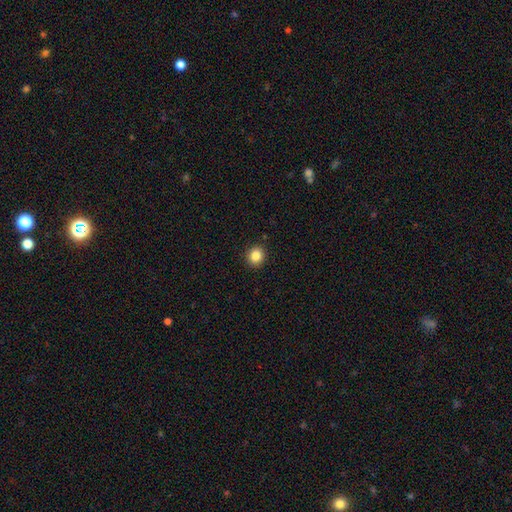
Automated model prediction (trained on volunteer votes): The model was most divided on "how rounded": round: 84%, in between: 15%, cigar-shaped: 1%. More confident: merging — none (92%); smooth or featured — smooth (85%).